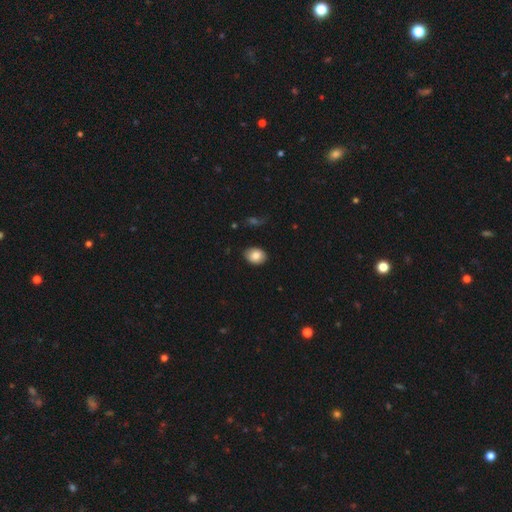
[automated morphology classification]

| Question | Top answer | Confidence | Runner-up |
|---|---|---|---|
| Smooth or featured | smooth | 84% | star or artifact (8%) |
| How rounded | in between | 66% | round (33%) |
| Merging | none | 86% | minor disturbance (10%) |